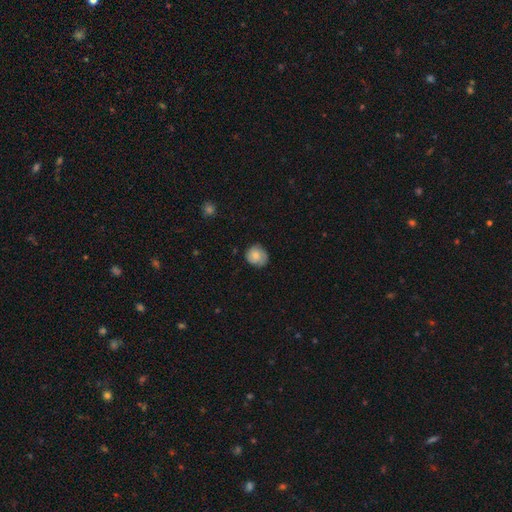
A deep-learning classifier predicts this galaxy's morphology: smooth-or-featured: smooth: 77% | featured or disk: 16% | star or artifact: 8%
  how-rounded: round: 78% | in between: 21% | cigar-shaped: 1%
  merging: none: 73% | minor disturbance: 22% | major disturbance: 4% | merger: 1%